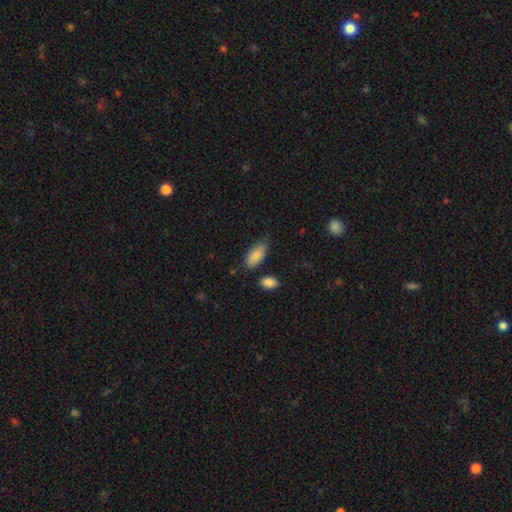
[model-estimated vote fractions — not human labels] Q: Smooth or featured?
A: smooth (88%); runner-up: star or artifact (6%)
Q: How rounded?
A: in between (89%); runner-up: cigar-shaped (9%)
Q: Merging?
A: none (69%); runner-up: minor disturbance (22%)